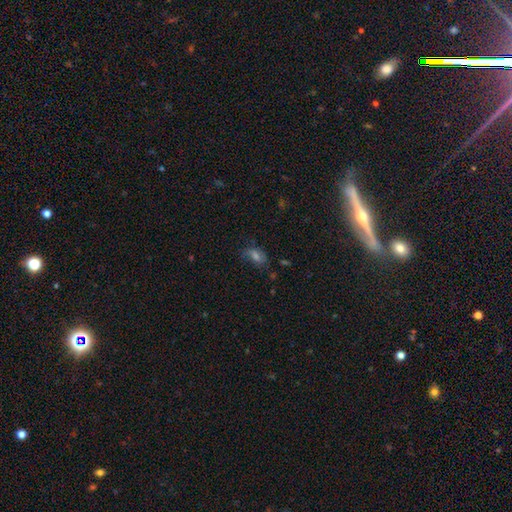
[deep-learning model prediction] A smooth galaxy with no disk features (44%). Merging: none (62%).